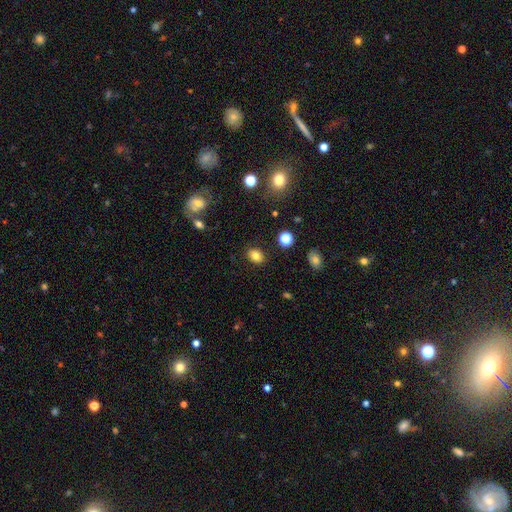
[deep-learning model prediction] smooth-or-featured: smooth: 81% | star or artifact: 11% | featured or disk: 7%
  how-rounded: in between: 59% | round: 40% | cigar-shaped: 1%
  merging: none: 86% | minor disturbance: 9% | major disturbance: 3% | merger: 2%